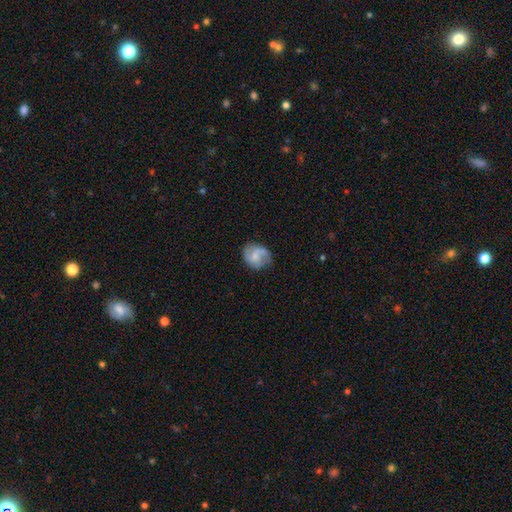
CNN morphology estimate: This is likely a featured or disk galaxy (62%). It is clearly not viewed edge-on (98%). Bar: possibly no (50%). Spiral arm pattern: clearly yes (90%). Spiral arm count: likely 2 (76%). Spiral winding: possibly medium (47%). Central bulge: possibly small (53%). Merging: likely none (66%).